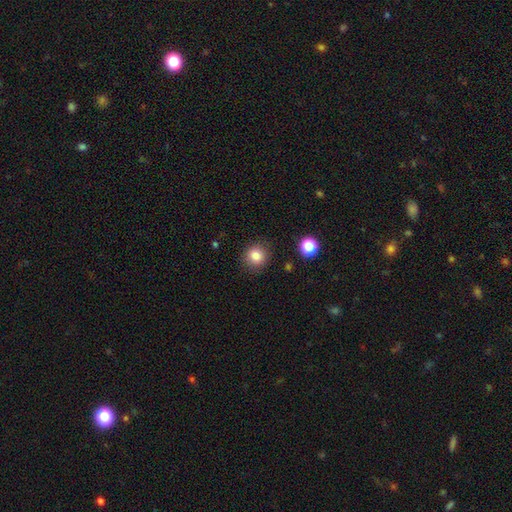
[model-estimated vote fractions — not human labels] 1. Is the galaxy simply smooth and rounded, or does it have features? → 82% smooth, 12% star or artifact, 6% featured or disk.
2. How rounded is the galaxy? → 90% round, 9% in between, 1% cigar-shaped.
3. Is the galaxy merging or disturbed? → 88% none, 8% minor disturbance, 2% major disturbance, 2% merger.